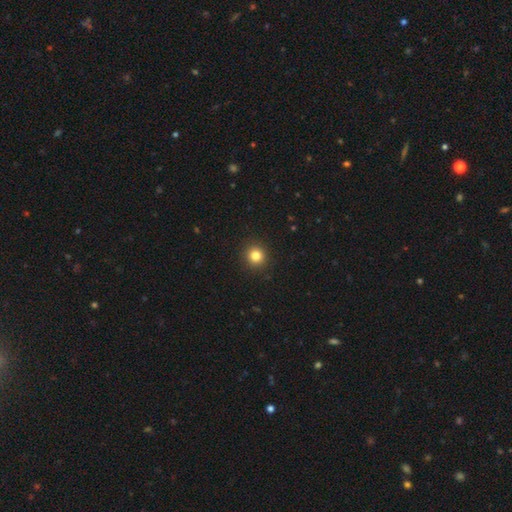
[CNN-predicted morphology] smooth_or_featured: smooth (p=0.82) [alt: star or artifact p=0.12]
how_rounded: round (p=0.94) [alt: in between p=0.05]
merging: none (p=0.93) [alt: minor disturbance p=0.05]